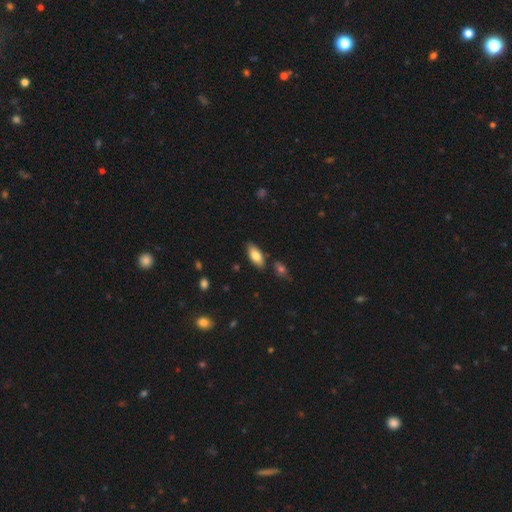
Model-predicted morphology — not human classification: smooth_or_featured: smooth (p=0.81) [alt: featured or disk p=0.13]
how_rounded: in between (p=0.86) [alt: cigar-shaped p=0.12]
merging: none (p=0.80) [alt: minor disturbance p=0.12]